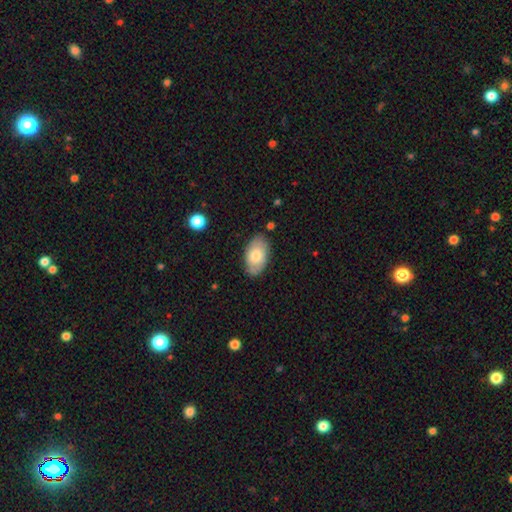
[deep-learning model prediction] The model was most divided on "smooth or featured": smooth: 73%, featured or disk: 21%, star or artifact: 6%. More confident: how rounded — in between (94%); merging — none (79%).